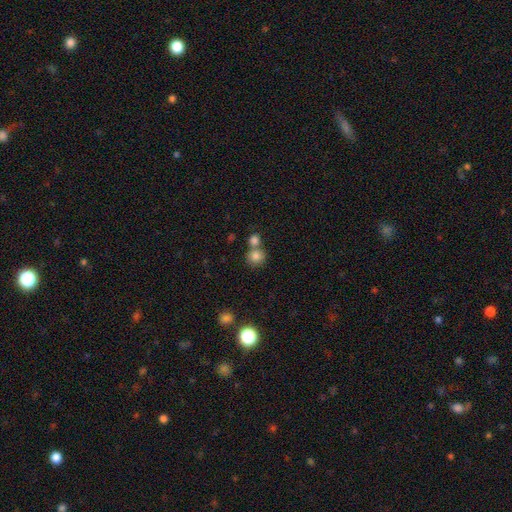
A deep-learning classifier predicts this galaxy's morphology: smooth 81%, star or artifact 11%, featured or disk 8%. Down the decision tree: how rounded — round (87%); merging — none (53%).